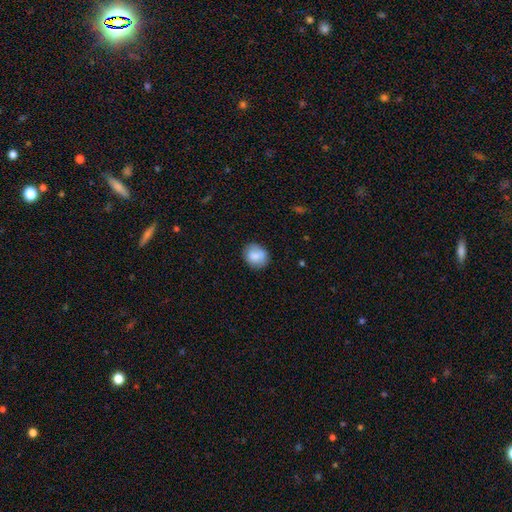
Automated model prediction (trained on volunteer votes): This is clearly a smooth galaxy (82%). How rounded: likely round (67%). Merging: likely none (78%).